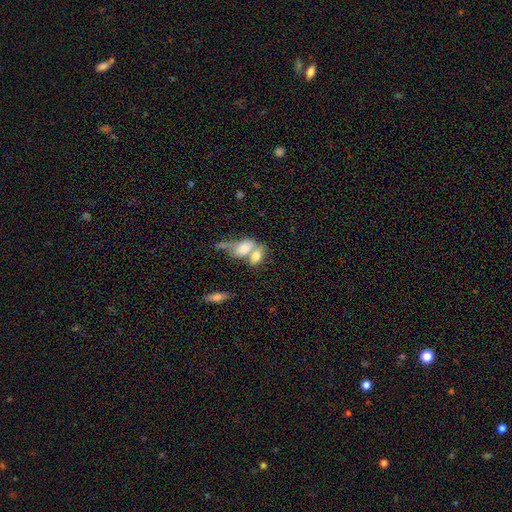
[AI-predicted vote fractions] Q: Smooth or featured?
A: smooth (74%); runner-up: featured or disk (18%)
Q: How rounded?
A: in between (86%); runner-up: round (9%)
Q: Merging?
A: merger (65%); runner-up: none (21%)